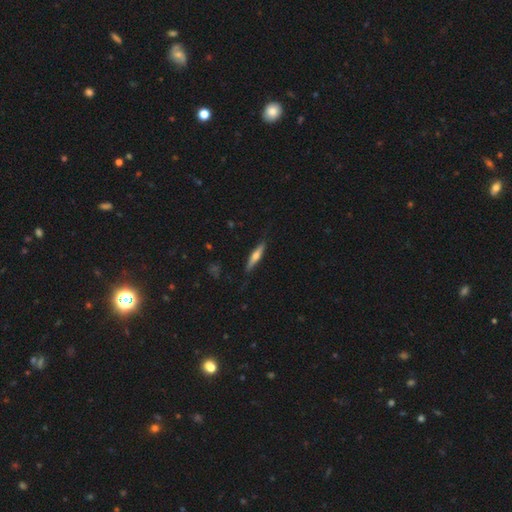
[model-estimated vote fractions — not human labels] A smooth galaxy with no disk features (50%). Merging: none (85%).